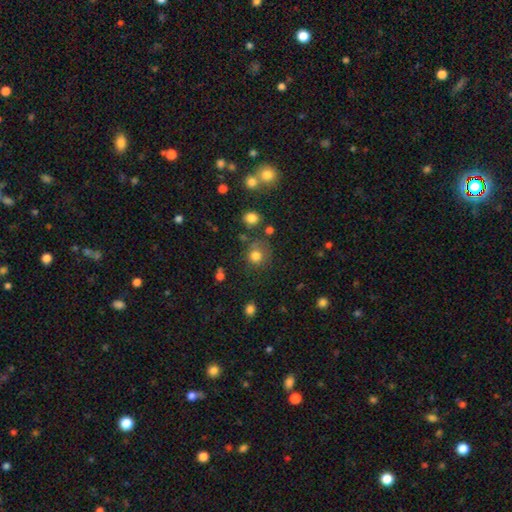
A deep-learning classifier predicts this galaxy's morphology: Q: Smooth or featured?
A: smooth (78%); runner-up: star or artifact (14%)
Q: How rounded?
A: round (84%); runner-up: in between (15%)
Q: Merging?
A: none (66%); runner-up: minor disturbance (17%)